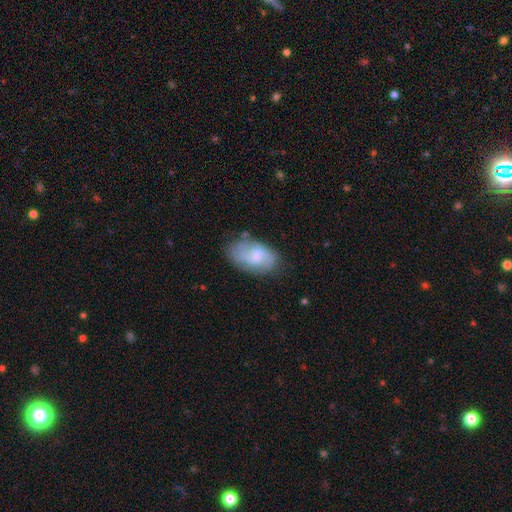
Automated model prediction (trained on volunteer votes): This is possibly a featured or disk galaxy (51%). It is clearly not viewed edge-on (96%). Merging: likely none (64%).